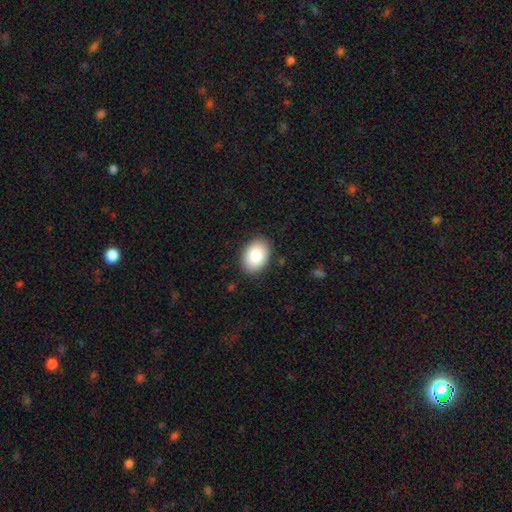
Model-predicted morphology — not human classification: This is clearly a smooth galaxy (86%). How rounded: clearly in between (81%). Merging: clearly none (88%).